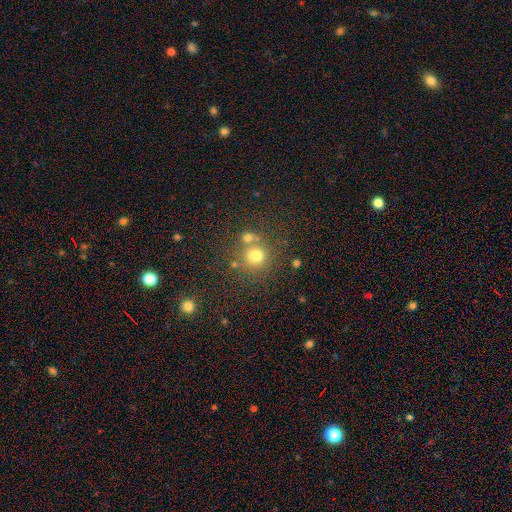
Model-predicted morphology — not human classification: Smooth or featured? Predicted: smooth (p=0.72). How rounded? Predicted: round (p=0.84). Merging? Predicted: none (p=0.57).